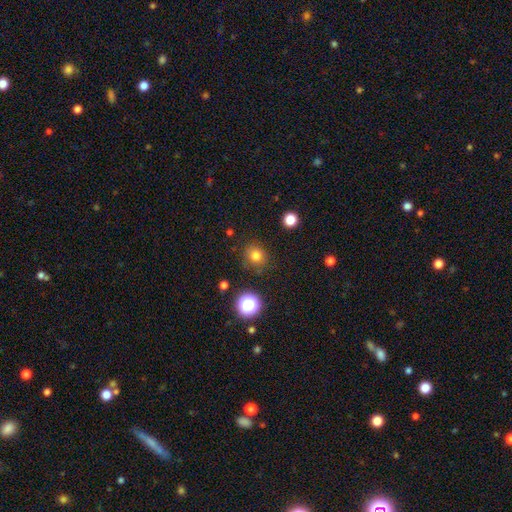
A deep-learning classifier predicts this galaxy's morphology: Smooth or featured: smooth — 78% (star or artifact — 16%)
How rounded: round — 86% (in between — 13%)
Merging: none — 85% (minor disturbance — 10%)